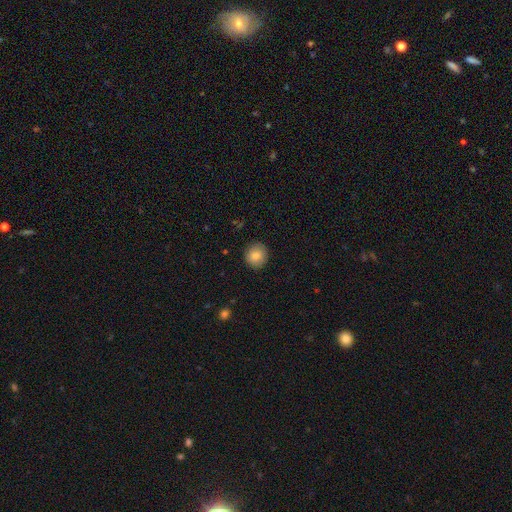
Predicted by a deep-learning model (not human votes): Smooth or featured? Predicted: smooth (p=0.82). How rounded? Predicted: round (p=0.89). Merging? Predicted: none (p=0.89).